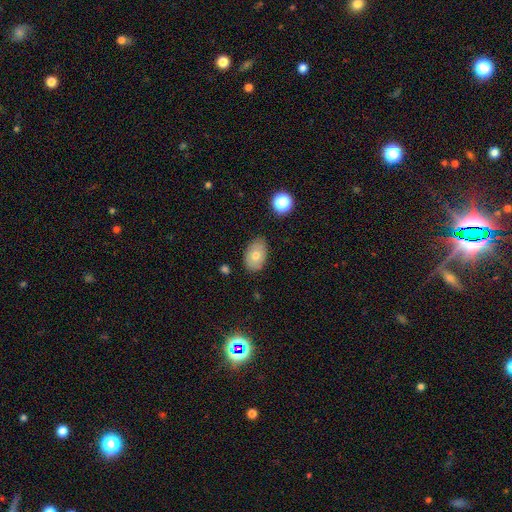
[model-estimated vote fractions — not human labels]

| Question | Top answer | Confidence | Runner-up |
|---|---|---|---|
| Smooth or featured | smooth | 70% | featured or disk (21%) |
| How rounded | in between | 84% | round (15%) |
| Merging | none | 77% | minor disturbance (18%) |